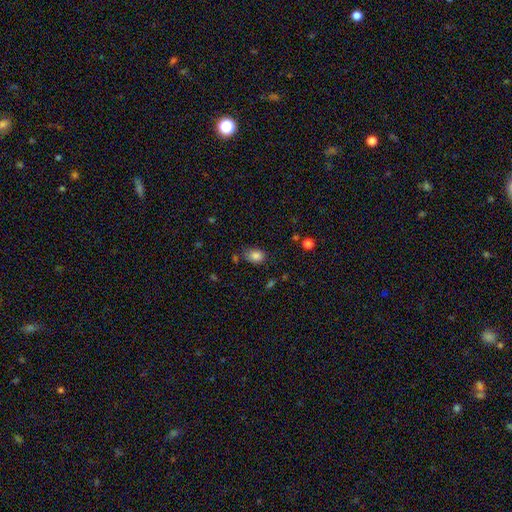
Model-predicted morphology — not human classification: Smooth or featured? Predicted: smooth (p=0.84). How rounded? Predicted: in between (p=0.68). Merging? Predicted: none (p=0.62).